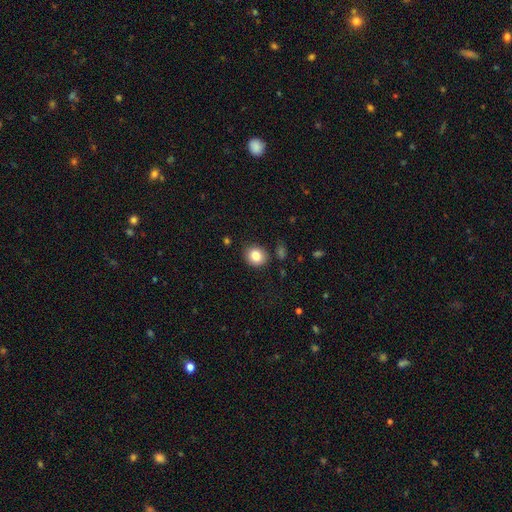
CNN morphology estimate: smooth_or_featured: smooth (p=0.84) [alt: star or artifact p=0.10]
how_rounded: round (p=0.74) [alt: in between p=0.26]
merging: none (p=0.86) [alt: minor disturbance p=0.09]